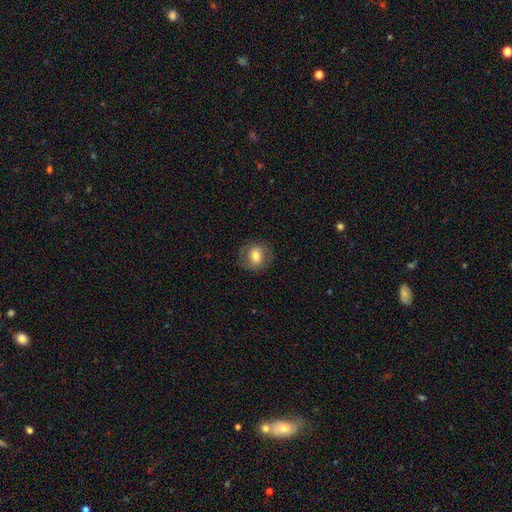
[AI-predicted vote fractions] smooth 68%, featured or disk 23%, star or artifact 9%. Down the decision tree: how rounded — round (76%); merging — none (83%).